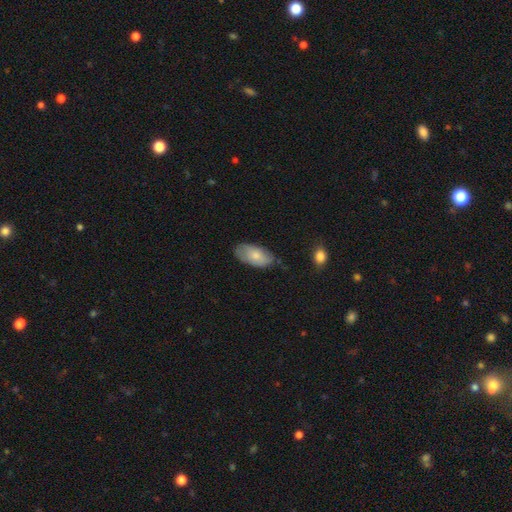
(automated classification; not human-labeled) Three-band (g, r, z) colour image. It shows a smooth galaxy with no disk features (75%) that is in between round and cigar-shaped (94%). Merging: none (67%).